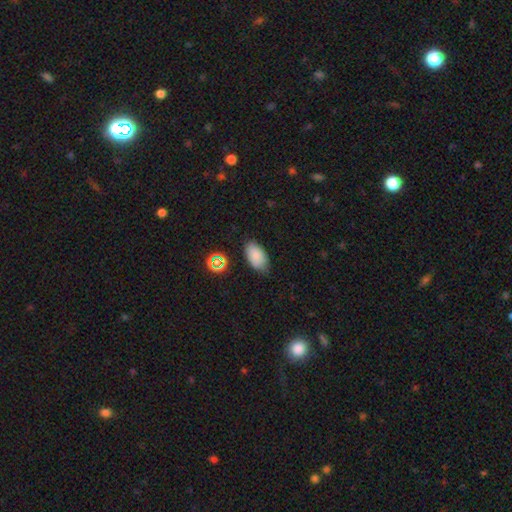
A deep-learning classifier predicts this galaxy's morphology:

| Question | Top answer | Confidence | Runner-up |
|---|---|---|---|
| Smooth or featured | smooth | 83% | star or artifact (10%) |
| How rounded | in between | 93% | round (5%) |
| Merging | none | 73% | minor disturbance (21%) |